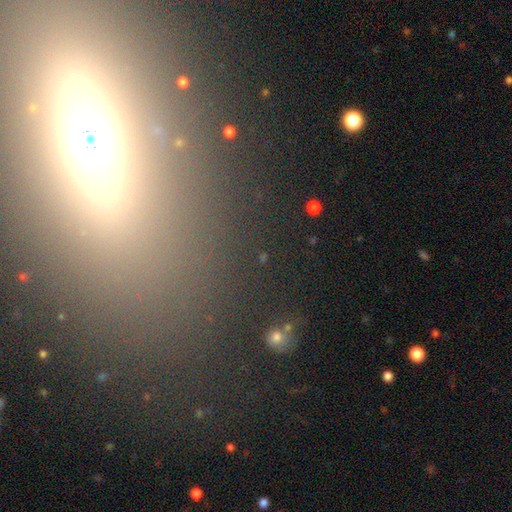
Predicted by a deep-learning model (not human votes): Morphology: type=star or artifact (41%).